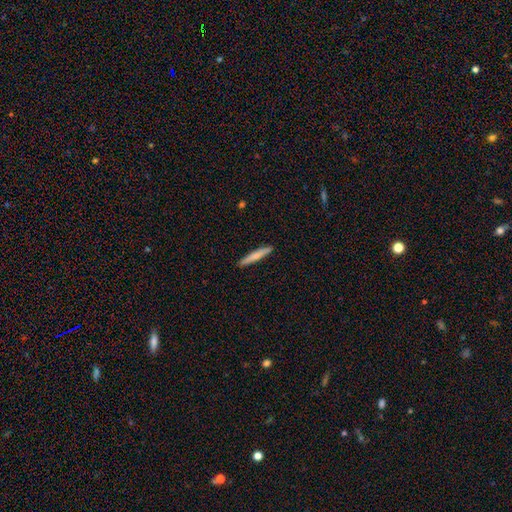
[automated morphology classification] This appears to be a smooth galaxy with no disk features (73%) that is cigar-shaped (95%). Merging: none (91%).